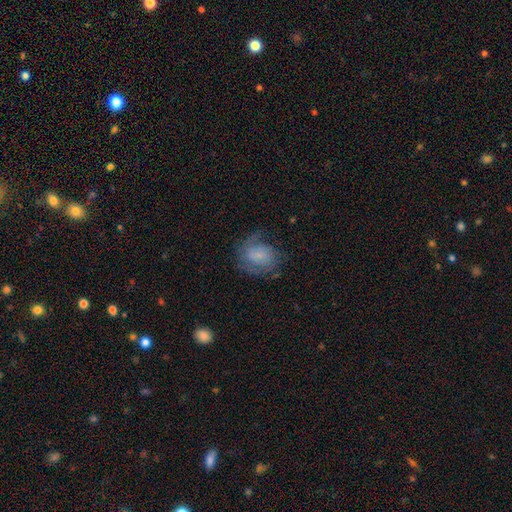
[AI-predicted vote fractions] featured or disk 53%, smooth 38%, star or artifact 10%. Down the decision tree: edge-on disk — no (98%); bar — no (63%); spiral arms — yes (84%); bulge size — small (38%); merging — none (59%).